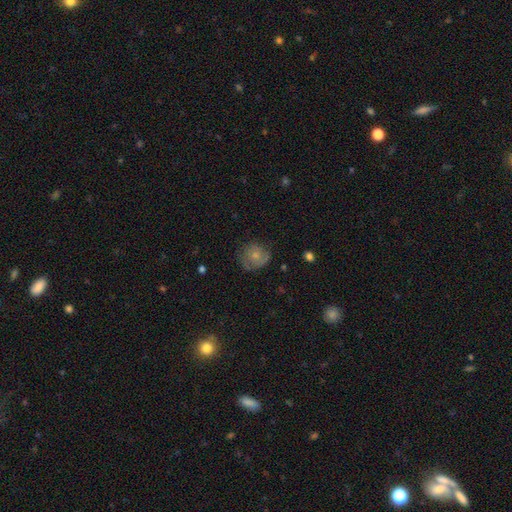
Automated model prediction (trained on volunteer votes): smooth-or-featured: smooth: 59% | featured or disk: 32% | star or artifact: 9%
  how-rounded: round: 81% | in between: 18% | cigar-shaped: 1%
  merging: none: 61% | minor disturbance: 26% | major disturbance: 11% | merger: 2%